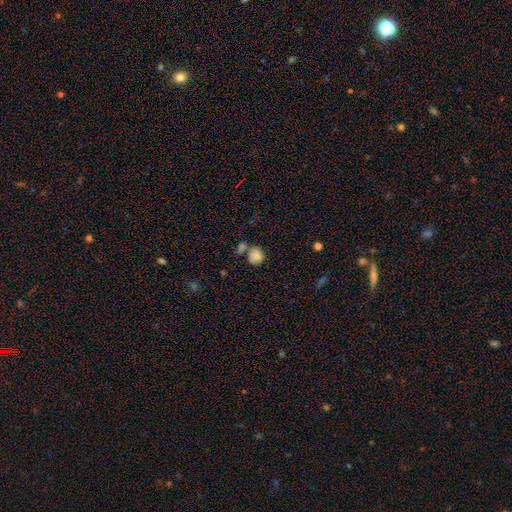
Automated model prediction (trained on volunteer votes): A smooth galaxy with no disk features (83%) that is round (79%).

Vote fractions:
- Smooth or featured? smooth: 83% / star or artifact: 10% / featured or disk: 8%
- How rounded? round: 79% / in between: 20% / cigar-shaped: 1%
- Merging? none: 48% / merger: 31% / minor disturbance: 15% / major disturbance: 6%